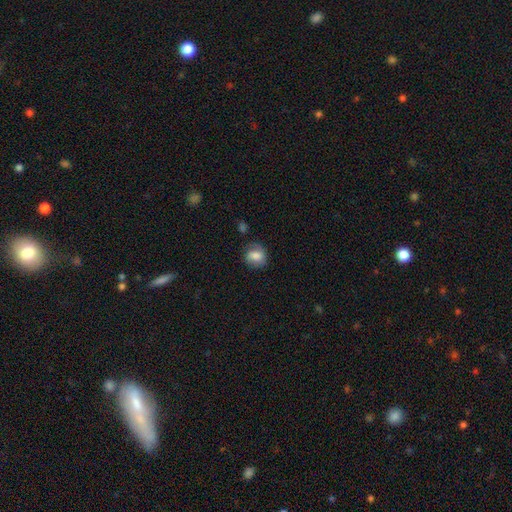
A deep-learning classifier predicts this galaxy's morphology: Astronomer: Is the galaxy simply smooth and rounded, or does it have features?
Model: smooth — 68%.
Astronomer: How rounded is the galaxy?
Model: round — 65%.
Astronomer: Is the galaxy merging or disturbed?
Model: none — 64%.